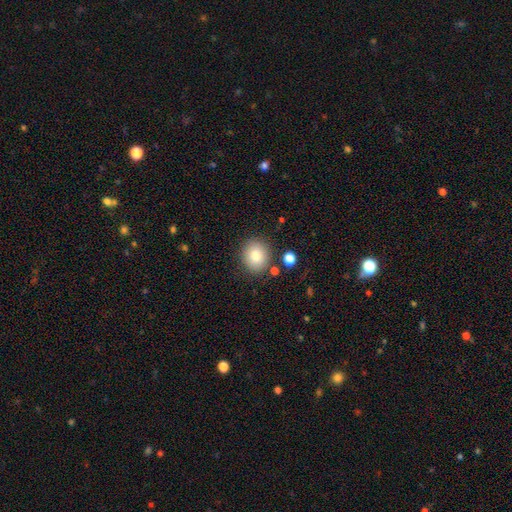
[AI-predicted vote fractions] smooth-or-featured: smooth: 82% | star or artifact: 9% | featured or disk: 9%
  how-rounded: round: 74% | in between: 25% | cigar-shaped: 1%
  merging: none: 84% | minor disturbance: 10% | merger: 4% | major disturbance: 3%